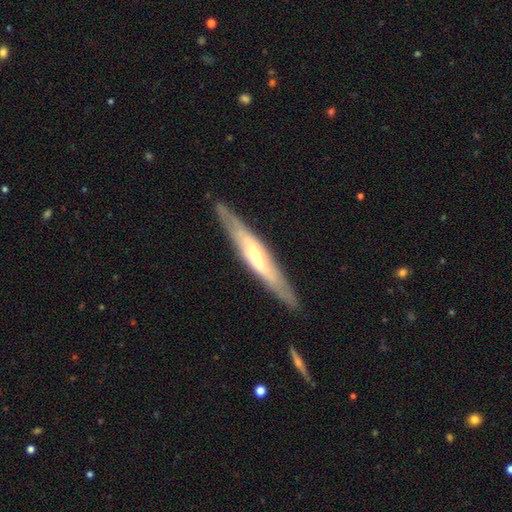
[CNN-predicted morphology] smooth_or_featured: featured or disk (p=0.67) [alt: smooth p=0.28]
disk_edge_on: yes (p=0.74) [alt: no p=0.26]
merging: none (p=0.86) [alt: minor disturbance p=0.10]